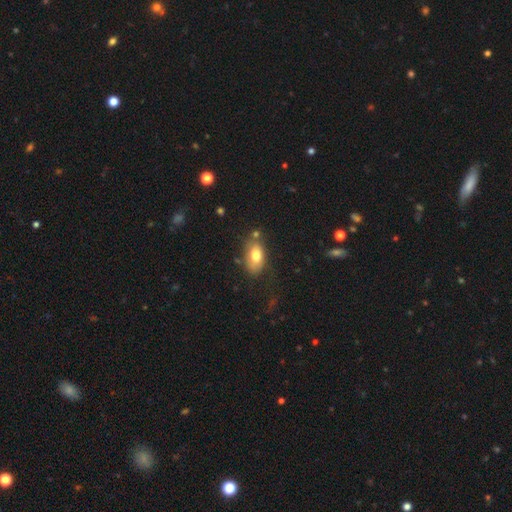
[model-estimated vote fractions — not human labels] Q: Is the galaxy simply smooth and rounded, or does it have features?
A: smooth — 76%.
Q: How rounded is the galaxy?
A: in between — 89%.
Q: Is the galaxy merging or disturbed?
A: none — 65%.